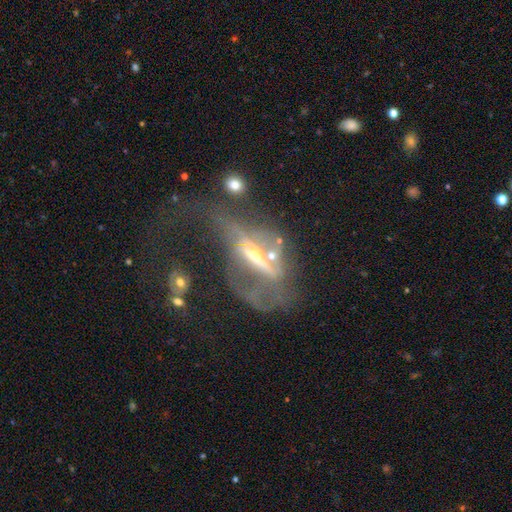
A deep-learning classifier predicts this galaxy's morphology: Overall: featured or disk (70%). Edge-on disk: no (59%; yes 41%). Merging: major disturbance (54%; none 20%).